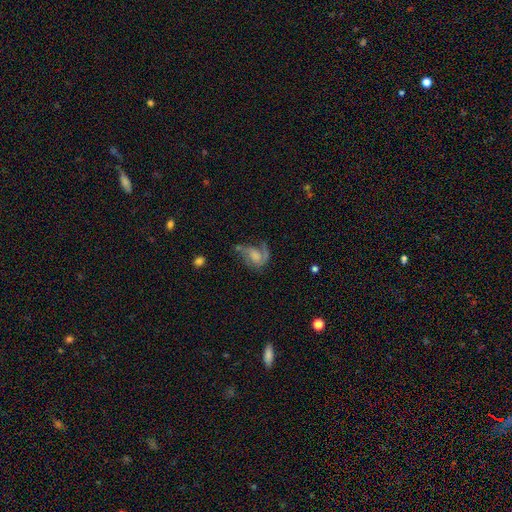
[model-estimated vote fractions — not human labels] This appears to be a featured or disk galaxy (71%) with no bar (60%), 2 (54%) medium (46%) spiral arms (90%) and a moderate central bulge (29%, tied with none). Merging: none (39%).